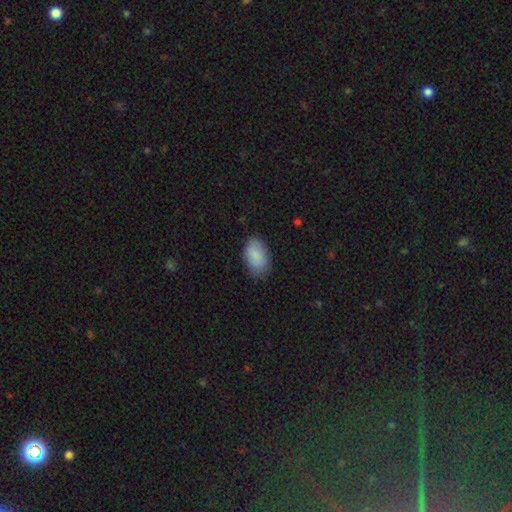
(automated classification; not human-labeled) This is clearly a smooth galaxy (86%). How rounded: clearly in between (92%). Merging: likely none (75%).